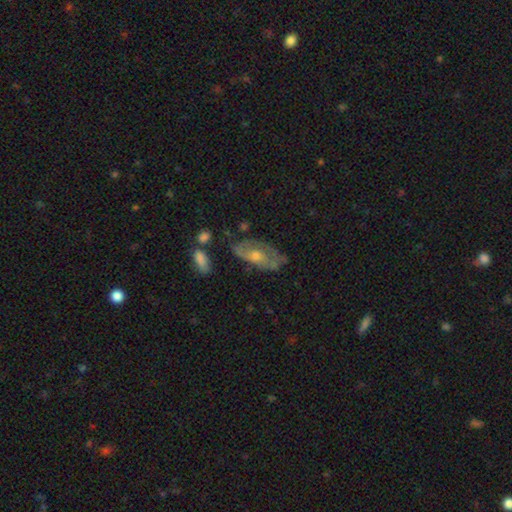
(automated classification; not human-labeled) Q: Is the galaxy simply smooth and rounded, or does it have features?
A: featured or disk — 65%.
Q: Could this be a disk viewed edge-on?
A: no — 89%.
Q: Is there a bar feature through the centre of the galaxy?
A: no — 71%.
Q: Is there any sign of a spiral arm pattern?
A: yes — 59%.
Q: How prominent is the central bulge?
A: moderate — 60%.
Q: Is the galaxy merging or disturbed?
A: none — 62%.